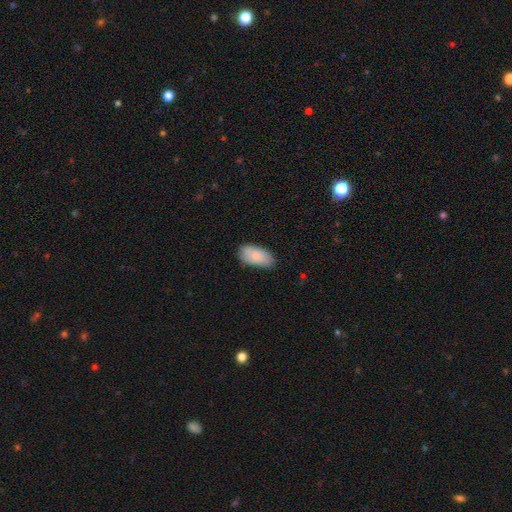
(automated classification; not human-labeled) Q: Smooth or featured?
A: smooth (81%); runner-up: featured or disk (13%)
Q: How rounded?
A: in between (94%); runner-up: cigar-shaped (3%)
Q: Merging?
A: none (76%); runner-up: minor disturbance (20%)